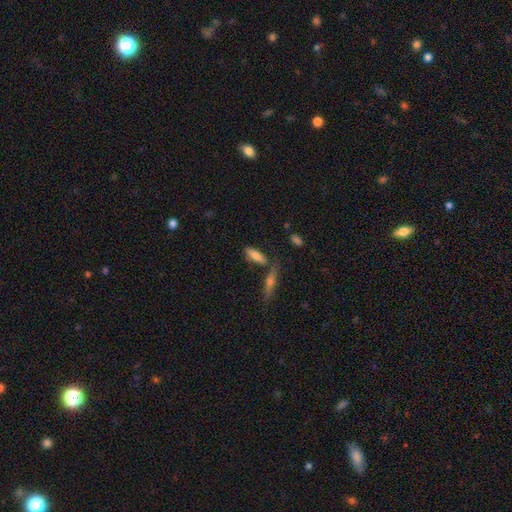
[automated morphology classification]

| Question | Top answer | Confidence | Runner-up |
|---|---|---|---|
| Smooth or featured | smooth | 76% | featured or disk (16%) |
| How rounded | in between | 52% | cigar-shaped (46%) |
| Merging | none | 65% | merger (17%) |